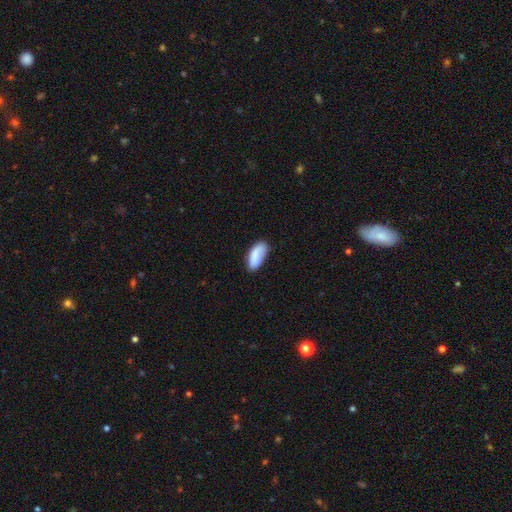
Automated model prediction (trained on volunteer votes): A smooth galaxy with no disk features (81%) that is in between round and cigar-shaped (86%). Merging: none (66%).